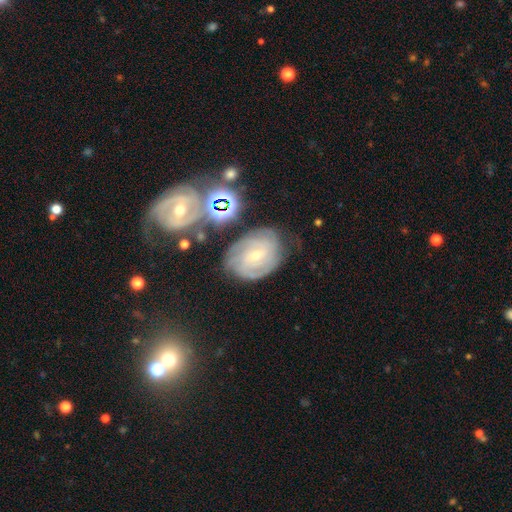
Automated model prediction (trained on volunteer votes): Smooth or featured?
  - featured or disk: 80% *
  - smooth: 11%
  - star or artifact: 9%
Edge-on disk?
  - no: 97% *
  - yes: 3%
Bar?
  - no: 48% *
  - weak: 40%
  - strong: 12%
Spiral arms?
  - yes: 95% *
  - no: 5%
Spiral winding?
  - tight: 70% *
  - medium: 25%
  - loose: 5%
Spiral arm count?
  - can't tell: 30% *
  - 3: 25%
  - 2: 18%
  - 4: 17%
  - more than 4: 5%
  - 1: 5%
Bulge size?
  - small: 64% *
  - moderate: 33%
  - none: 1%
  - large: 1%
  - dominant: 1%
Merging?
  - none: 67% *
  - minor disturbance: 19%
  - major disturbance: 7%
  - merger: 6%